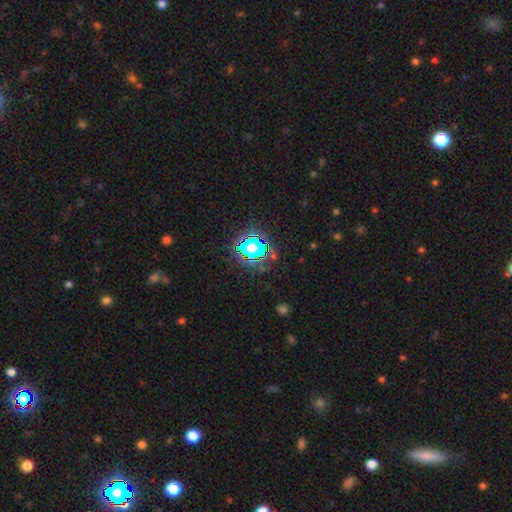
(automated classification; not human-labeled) The model was most divided on "smooth or featured": star or artifact: 75%, smooth: 17%, featured or disk: 9%.